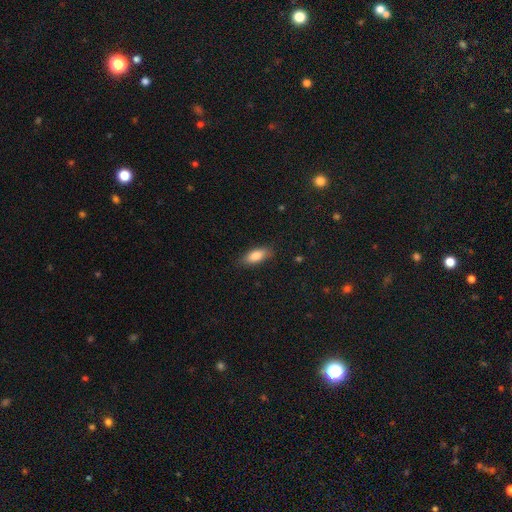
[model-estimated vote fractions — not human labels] smooth-or-featured: smooth: 85% | featured or disk: 9% | star or artifact: 7%
  how-rounded: in between: 81% | cigar-shaped: 16% | round: 2%
  merging: none: 84% | minor disturbance: 12% | major disturbance: 3% | merger: 1%